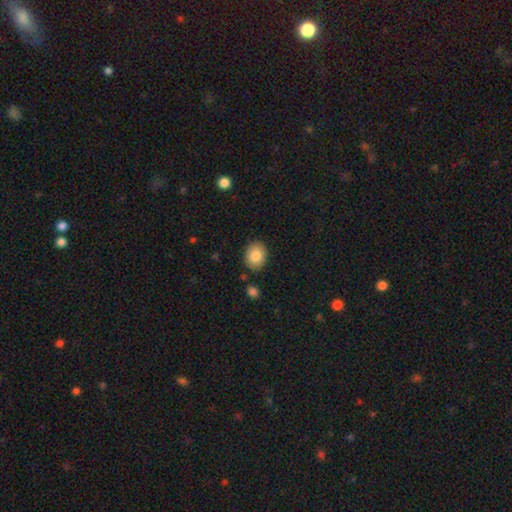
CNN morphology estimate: smooth-or-featured: smooth: 83% | featured or disk: 9% | star or artifact: 8%
  how-rounded: in between: 54% | round: 45% | cigar-shaped: 1%
  merging: none: 86% | minor disturbance: 9% | merger: 2% | major disturbance: 2%